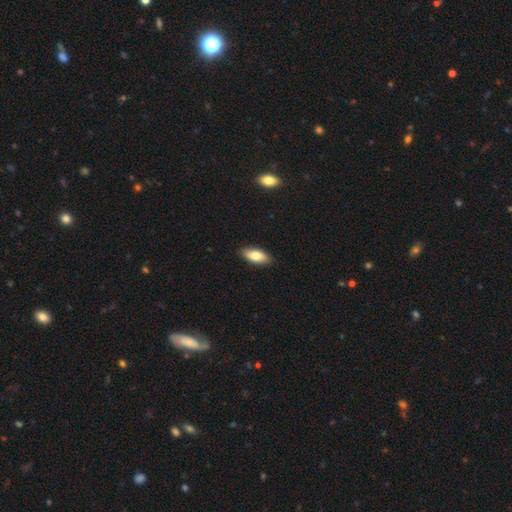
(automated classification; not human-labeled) The model was most divided on "smooth or featured": smooth: 78%, featured or disk: 16%, star or artifact: 6%. More confident: merging — none (89%); how rounded — in between (83%).